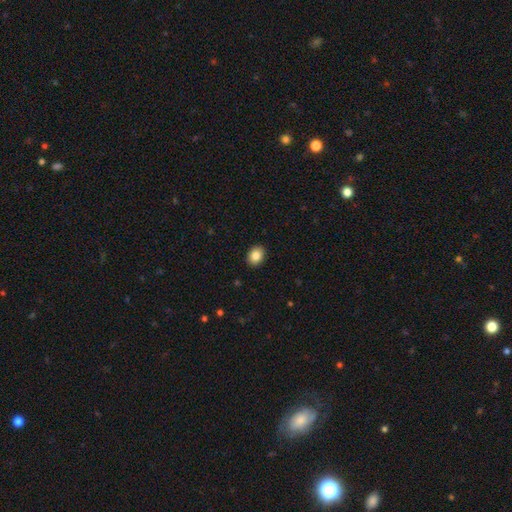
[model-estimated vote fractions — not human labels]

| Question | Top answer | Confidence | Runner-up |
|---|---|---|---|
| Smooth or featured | smooth | 86% | star or artifact (8%) |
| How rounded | in between | 62% | round (37%) |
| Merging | none | 91% | minor disturbance (6%) |